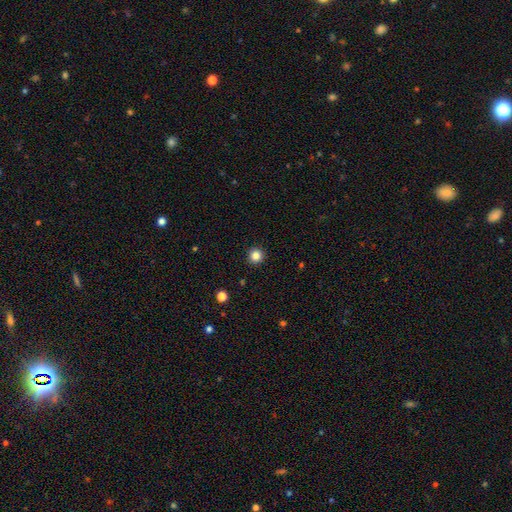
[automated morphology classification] Smooth or featured? Predicted: smooth (p=0.84). How rounded? Predicted: round (p=0.95). Merging? Predicted: none (p=0.93).